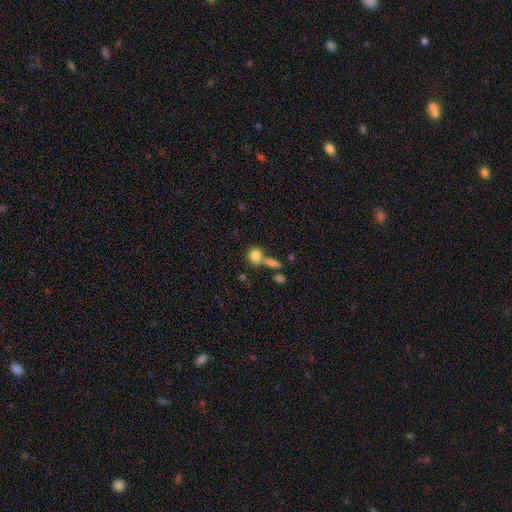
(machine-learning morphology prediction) smooth_or_featured: smooth (p=0.81) [alt: star or artifact p=0.10]
how_rounded: round (p=0.74) [alt: in between p=0.23]
merging: none (p=0.48) [alt: merger p=0.35]